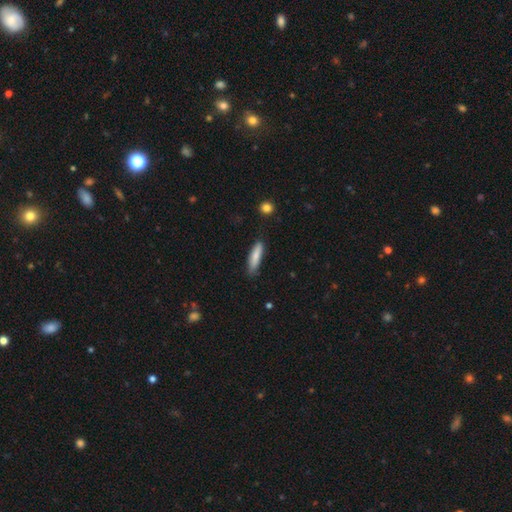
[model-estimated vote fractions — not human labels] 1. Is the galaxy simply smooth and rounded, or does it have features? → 80% smooth, 14% featured or disk, 6% star or artifact.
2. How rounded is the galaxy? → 75% cigar-shaped, 24% in between, 2% round.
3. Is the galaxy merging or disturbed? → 82% none, 14% minor disturbance, 2% major disturbance, 2% merger.